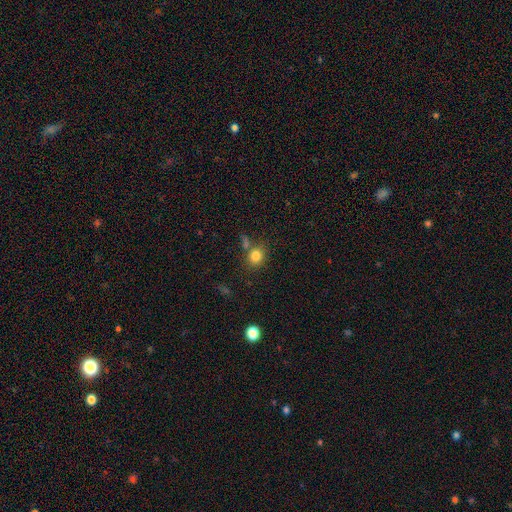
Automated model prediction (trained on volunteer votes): This is clearly a smooth galaxy (81%). How rounded: likely round (65%). Merging: likely none (67%).